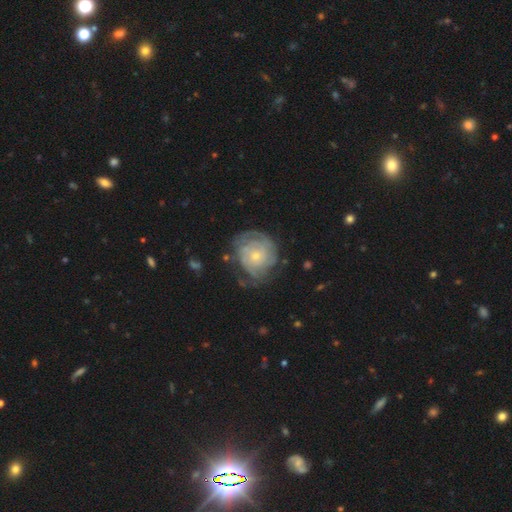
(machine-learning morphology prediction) Smooth or featured? featured or disk (75%)
Edge-on disk? no (98%)
Bar? no (79%)
Spiral arms? yes (87%)
Spiral winding? tight (70%)
Spiral arm count? can't tell (49%)
Bulge size? small (68%)
Merging? none (60%)